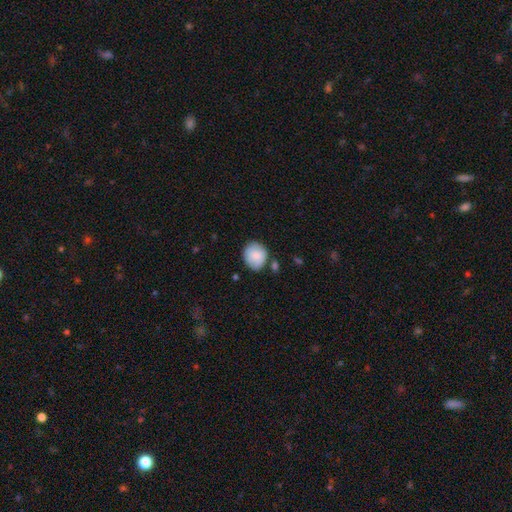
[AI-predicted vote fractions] Smooth or featured: smooth — 84% (featured or disk — 9%)
How rounded: round — 72% (in between — 28%)
Merging: none — 70% (minor disturbance — 19%)